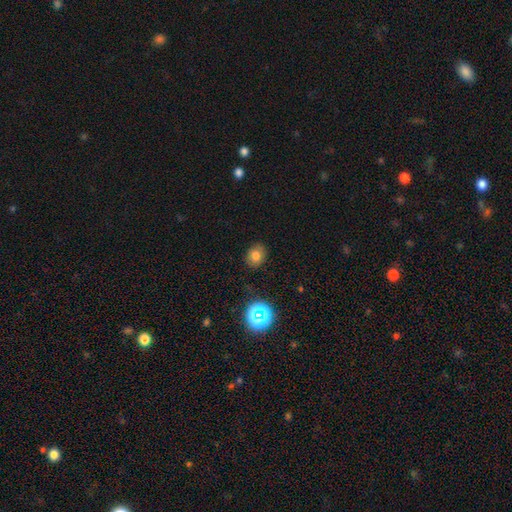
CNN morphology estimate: Smooth or featured? smooth (73%)
How rounded? round (53%)
Merging? none (86%)